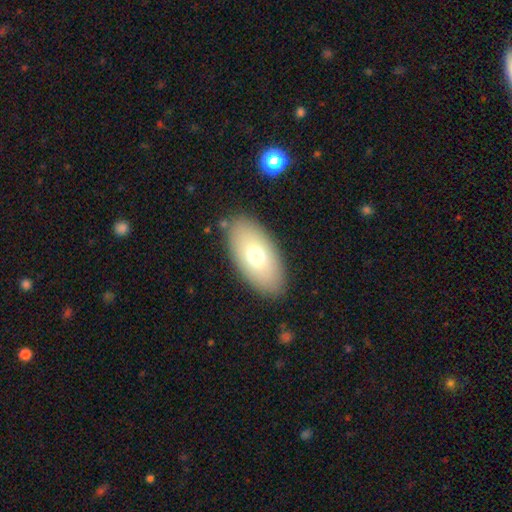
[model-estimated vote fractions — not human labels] smooth_or_featured: smooth (p=0.71) [alt: featured or disk p=0.22]
how_rounded: in between (p=0.93) [alt: round p=0.03]
merging: none (p=0.86) [alt: minor disturbance p=0.09]